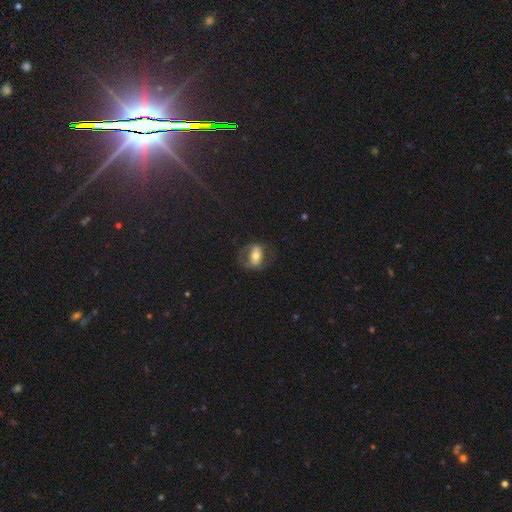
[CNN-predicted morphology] Q: Smooth or featured?
A: smooth (49%); runner-up: featured or disk (41%)
Q: Merging?
A: none (61%); runner-up: minor disturbance (19%)